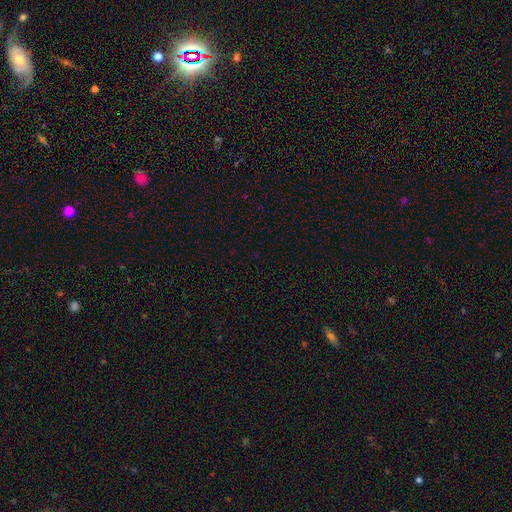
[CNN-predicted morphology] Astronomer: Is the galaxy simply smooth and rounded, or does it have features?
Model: star or artifact — 69%.